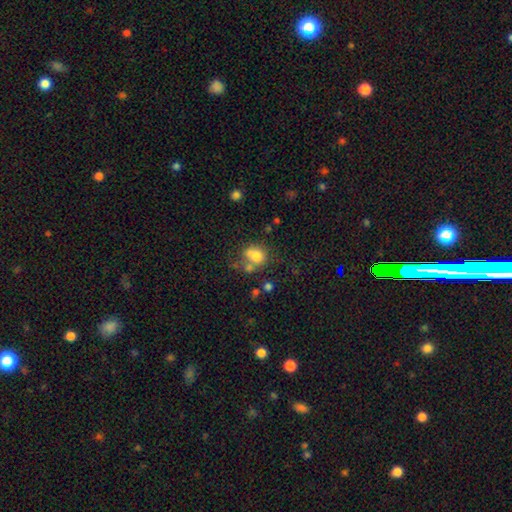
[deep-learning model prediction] Smooth or featured: smooth — 73% (featured or disk — 15%)
How rounded: round — 60% (in between — 39%)
Merging: none — 39% (merger — 33%)